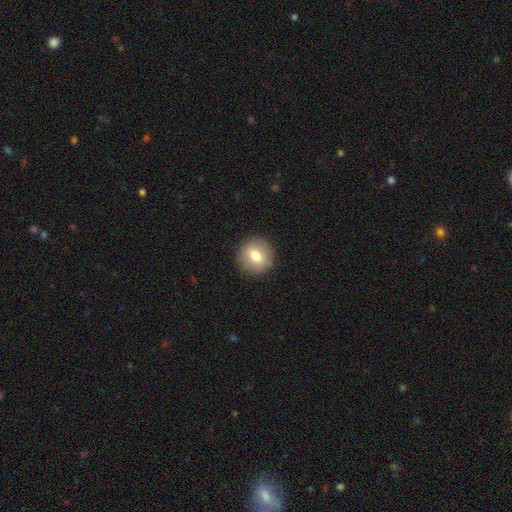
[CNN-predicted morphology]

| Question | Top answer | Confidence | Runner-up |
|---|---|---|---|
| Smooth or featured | smooth | 71% | featured or disk (20%) |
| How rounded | round | 89% | in between (10%) |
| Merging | none | 90% | minor disturbance (7%) |